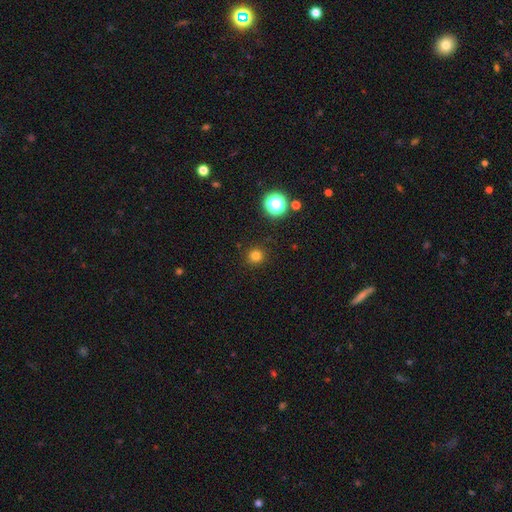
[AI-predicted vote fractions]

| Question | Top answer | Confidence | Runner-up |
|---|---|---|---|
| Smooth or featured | smooth | 78% | star or artifact (17%) |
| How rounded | round | 93% | in between (6%) |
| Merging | none | 90% | minor disturbance (7%) |